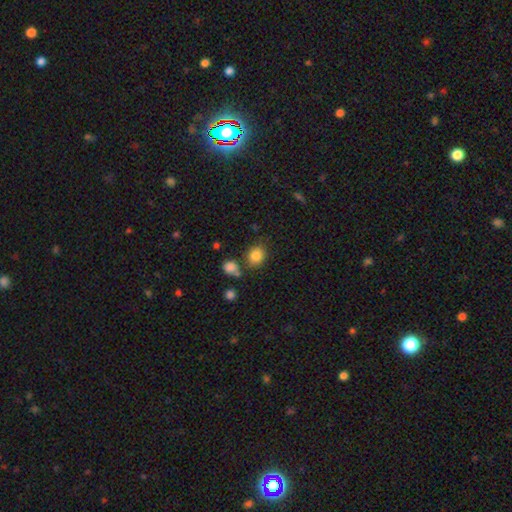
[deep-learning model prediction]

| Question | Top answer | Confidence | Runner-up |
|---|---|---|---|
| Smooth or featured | smooth | 84% | star or artifact (11%) |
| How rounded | round | 65% | in between (34%) |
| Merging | none | 74% | minor disturbance (12%) |